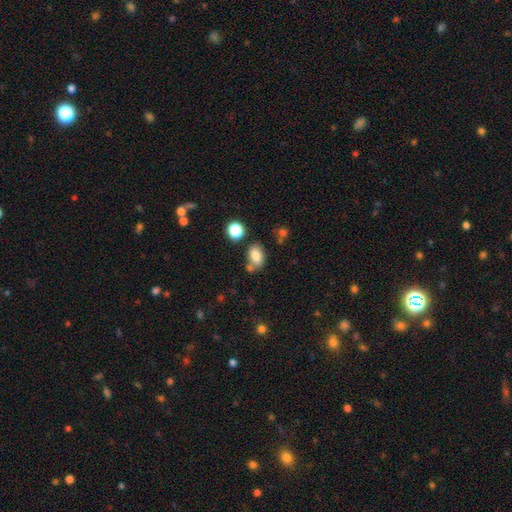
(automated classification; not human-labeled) This appears to be a smooth galaxy with no disk features (80%) that is in between round and cigar-shaped (82%). Merging: none (63%).